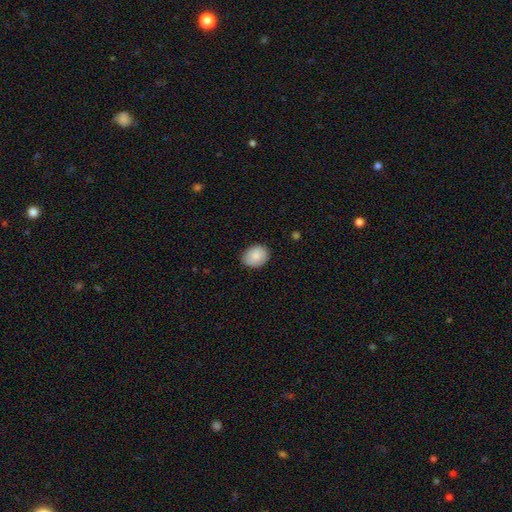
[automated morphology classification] This appears to be a smooth galaxy with no disk features (86%) that is in between round and cigar-shaped (61%). Merging: none (84%).